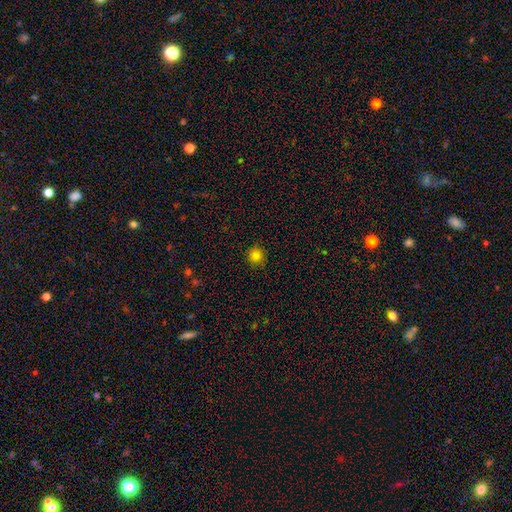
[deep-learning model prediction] The model was most divided on "smooth or featured": smooth: 83%, star or artifact: 13%, featured or disk: 4%. More confident: how rounded — round (94%); merging — none (90%).